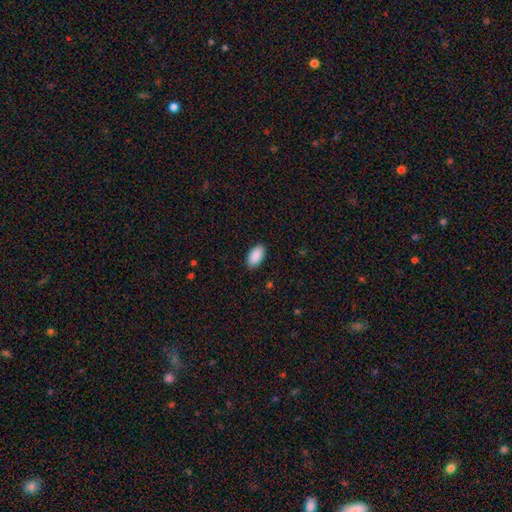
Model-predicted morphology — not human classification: This appears to be a smooth galaxy with no disk features (91%) that is in between round and cigar-shaped (95%). Merging: none (88%).